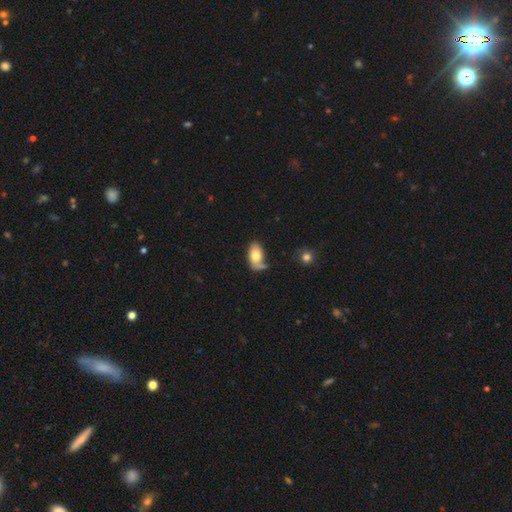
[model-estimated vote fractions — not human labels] Overall: smooth (72%). How rounded: in between (91%). Merging: none (46%; minor disturbance 23%).